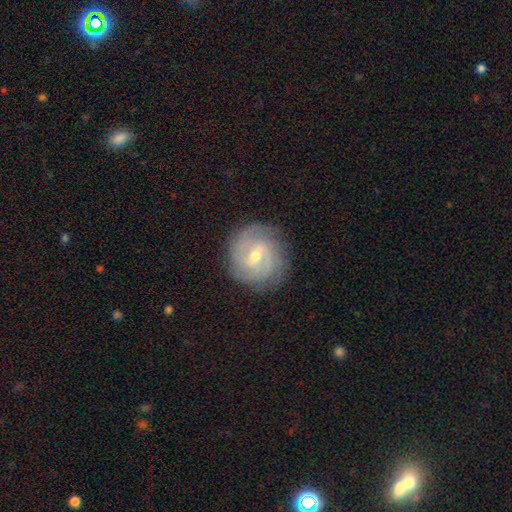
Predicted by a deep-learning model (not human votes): Q: Smooth or featured?
A: featured or disk (80%); runner-up: smooth (14%)
Q: Edge-on disk?
A: no (97%); runner-up: yes (3%)
Q: Bar?
A: weak (58%); runner-up: no (24%)
Q: Spiral arms?
A: yes (93%); runner-up: no (7%)
Q: Spiral winding?
A: tight (57%); runner-up: medium (34%)
Q: Spiral arm count?
A: 2 (39%); runner-up: can't tell (26%)
Q: Bulge size?
A: small (50%); runner-up: moderate (47%)
Q: Merging?
A: none (81%); runner-up: minor disturbance (13%)